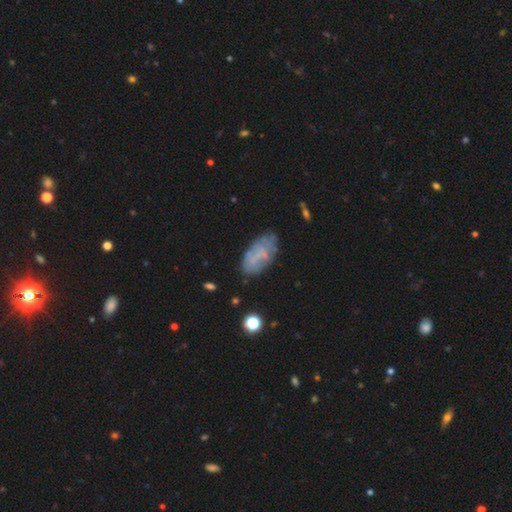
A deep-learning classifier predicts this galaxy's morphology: Q: Smooth or featured?
A: smooth (51%); runner-up: featured or disk (39%)
Q: How rounded?
A: in between (93%); runner-up: cigar-shaped (4%)
Q: Merging?
A: none (67%); runner-up: minor disturbance (22%)